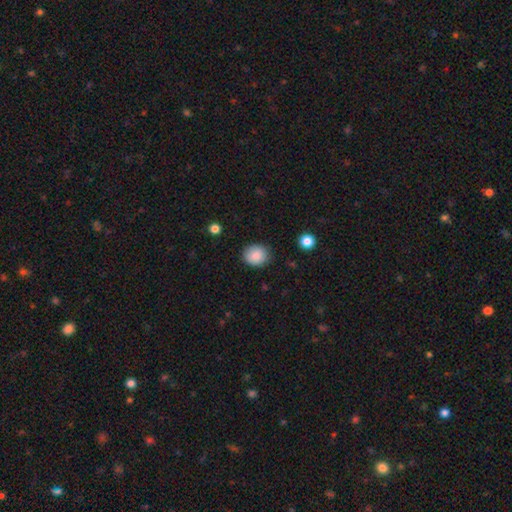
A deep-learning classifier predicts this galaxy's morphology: Smooth or featured?
  - smooth: 88% *
  - star or artifact: 8%
  - featured or disk: 4%
How rounded?
  - round: 74% *
  - in between: 25%
  - cigar-shaped: 1%
Merging?
  - none: 84% *
  - minor disturbance: 12%
  - major disturbance: 3%
  - merger: 1%